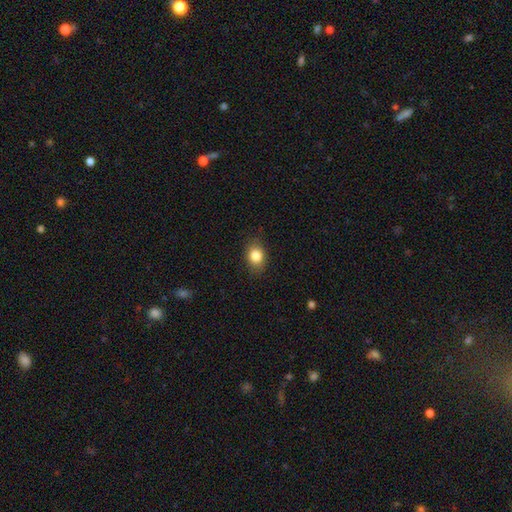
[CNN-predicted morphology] This appears to be a smooth galaxy with no disk features (84%) that is in between round and cigar-shaped (62%). Merging: none (84%).